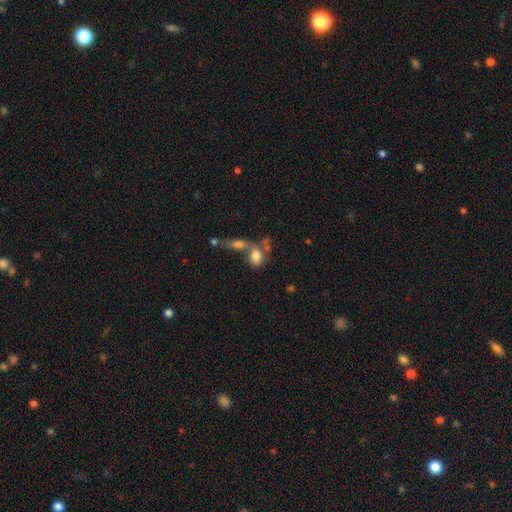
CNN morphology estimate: A smooth galaxy with no disk features (77%) that is in between round and cigar-shaped (66%). Merging: merger (53%).